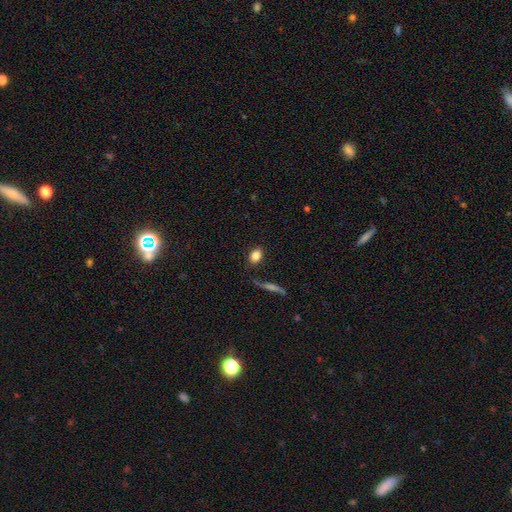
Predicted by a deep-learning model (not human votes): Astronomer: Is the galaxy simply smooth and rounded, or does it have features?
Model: smooth — 84%.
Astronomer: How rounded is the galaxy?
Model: in between — 76%.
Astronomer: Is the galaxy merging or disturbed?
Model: none — 81%.